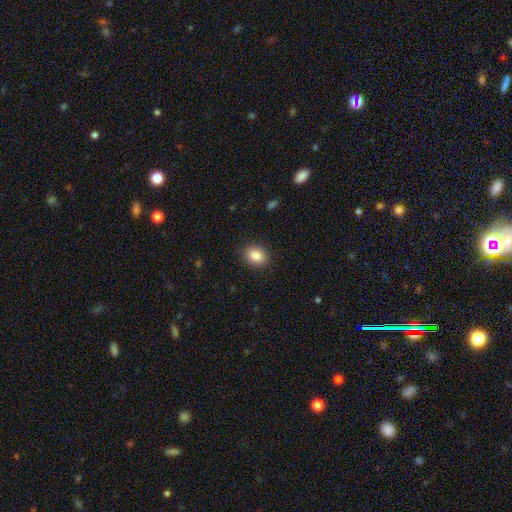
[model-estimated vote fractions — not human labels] A smooth galaxy with no disk features (85%) that is round (53%). Merging: none (89%).